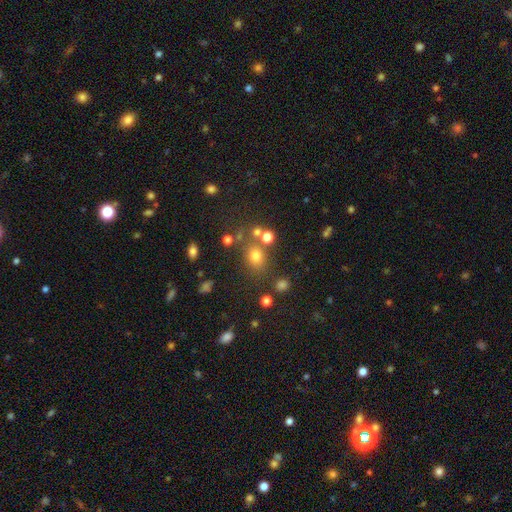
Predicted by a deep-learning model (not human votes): Smooth or featured?
  - smooth: 70% *
  - star or artifact: 21%
  - featured or disk: 9%
How rounded?
  - round: 60% *
  - in between: 39%
  - cigar-shaped: 1%
Merging?
  - none: 69% *
  - minor disturbance: 13%
  - merger: 12%
  - major disturbance: 6%